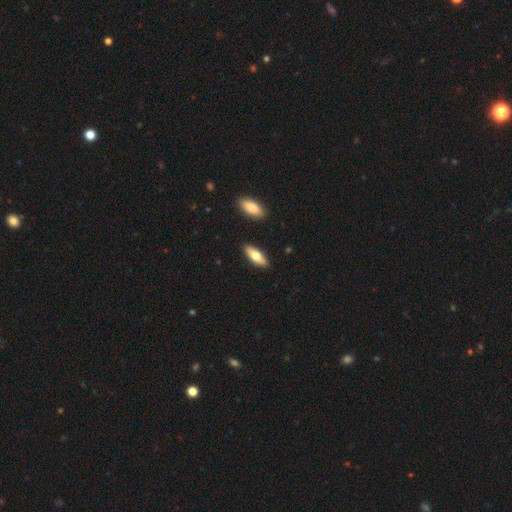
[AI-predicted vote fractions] smooth-or-featured: smooth: 68% | featured or disk: 27% | star or artifact: 6%
  how-rounded: in between: 65% | cigar-shaped: 32% | round: 2%
  merging: none: 88% | minor disturbance: 8% | merger: 2% | major disturbance: 2%